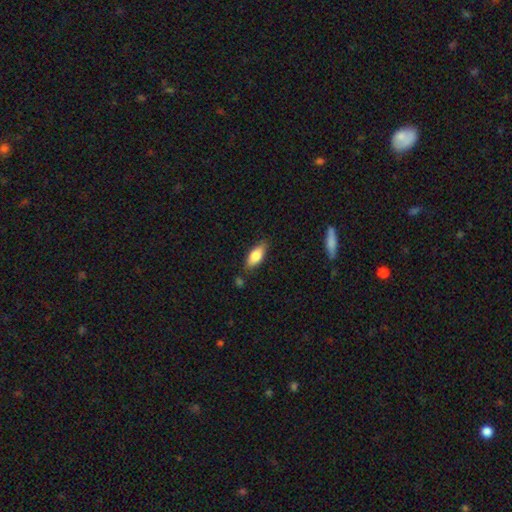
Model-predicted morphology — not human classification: smooth_or_featured: smooth (p=0.75) [alt: featured or disk p=0.18]
how_rounded: in between (p=0.76) [alt: cigar-shaped p=0.21]
merging: none (p=0.79) [alt: minor disturbance p=0.14]